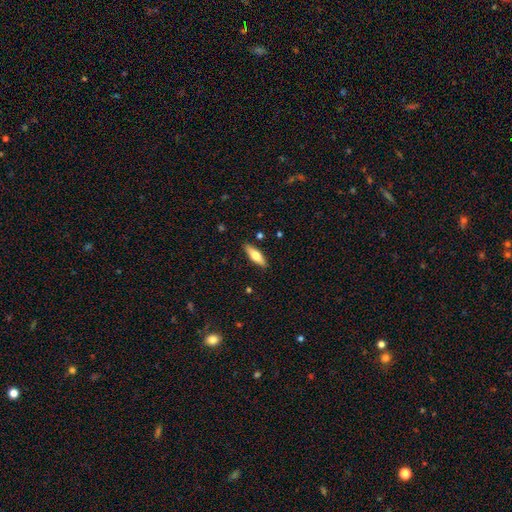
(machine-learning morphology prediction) A smooth galaxy with no disk features (58%) that is cigar-shaped (52%).

Vote fractions:
- Smooth or featured? smooth: 58% / featured or disk: 36% / star or artifact: 6%
- How rounded? cigar-shaped: 52% / in between: 46% / round: 2%
- Merging? none: 88% / minor disturbance: 9% / major disturbance: 2% / merger: 2%